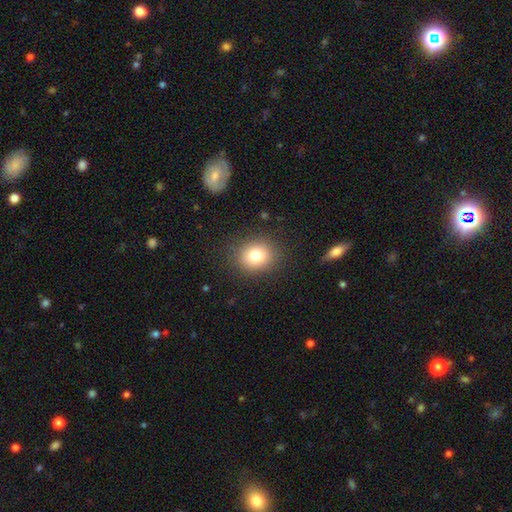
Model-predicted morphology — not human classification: smooth-or-featured: smooth: 78% | star or artifact: 12% | featured or disk: 10%
  how-rounded: round: 72% | in between: 27% | cigar-shaped: 1%
  merging: none: 87% | minor disturbance: 8% | major disturbance: 4% | merger: 1%